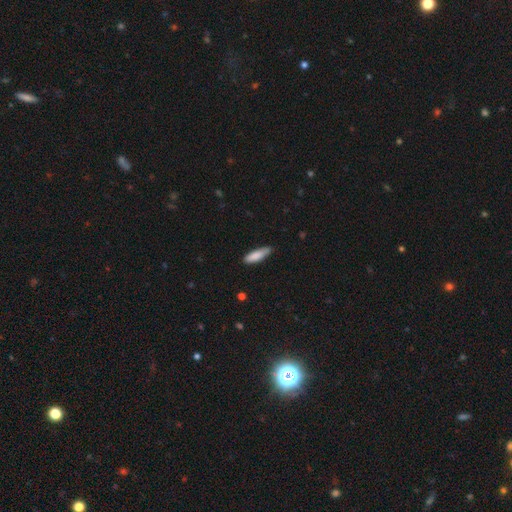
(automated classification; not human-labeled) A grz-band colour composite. It shows a smooth galaxy with no disk features (84%) that is cigar-shaped (58%). Merging: none (74%).